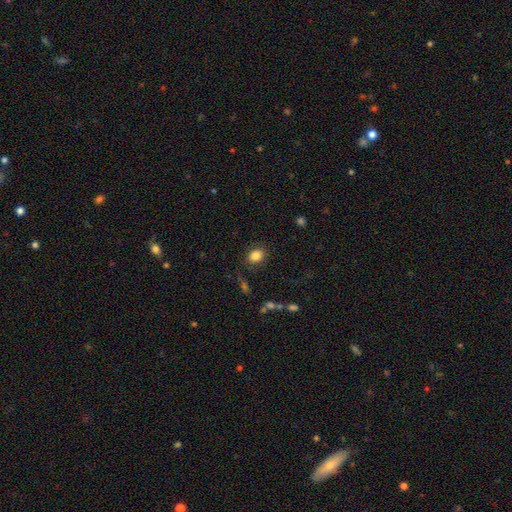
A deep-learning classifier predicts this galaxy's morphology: This is clearly a smooth galaxy (84%). How rounded: possibly in between (60%). Merging: clearly none (83%).